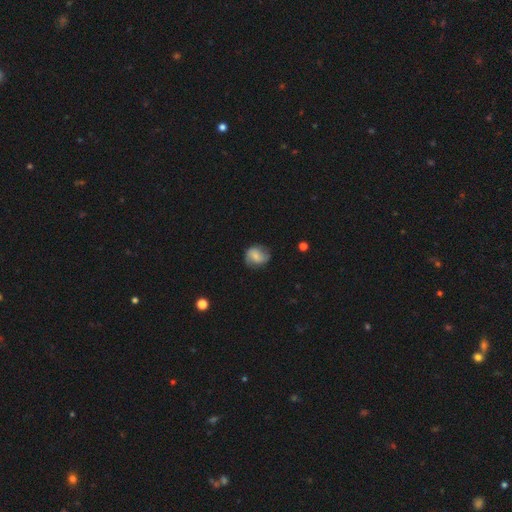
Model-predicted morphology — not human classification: Smooth or featured? Predicted: smooth (p=0.54). How rounded? Predicted: round (p=0.67). Merging? Predicted: none (p=0.65).